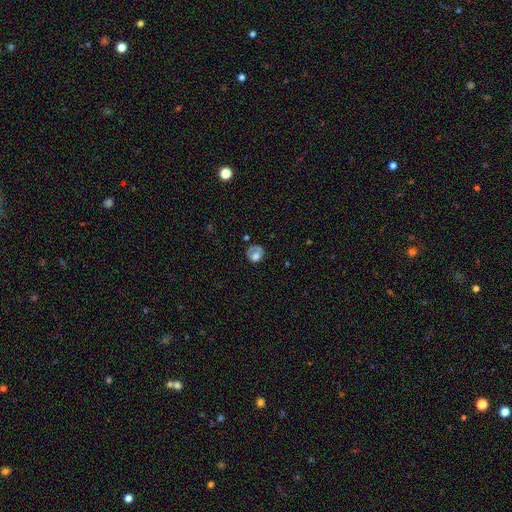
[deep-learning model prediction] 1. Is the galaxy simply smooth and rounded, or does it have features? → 62% smooth, 29% featured or disk, 9% star or artifact.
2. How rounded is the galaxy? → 71% round, 28% in between, 1% cigar-shaped.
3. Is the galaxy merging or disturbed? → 51% none, 26% minor disturbance, 20% major disturbance, 3% merger.